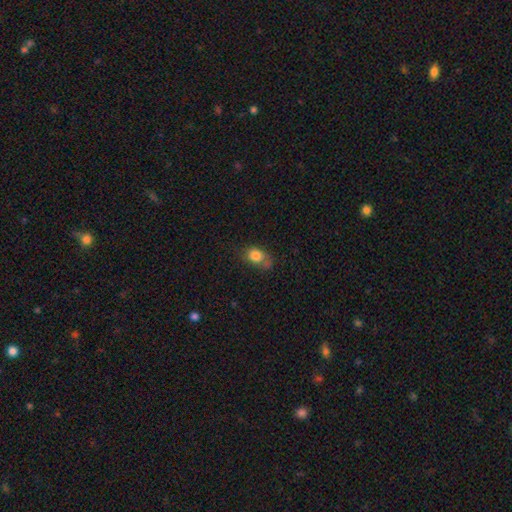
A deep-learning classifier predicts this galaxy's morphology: type=smooth (80%); roundness=in between (61%); merging=none (47%).